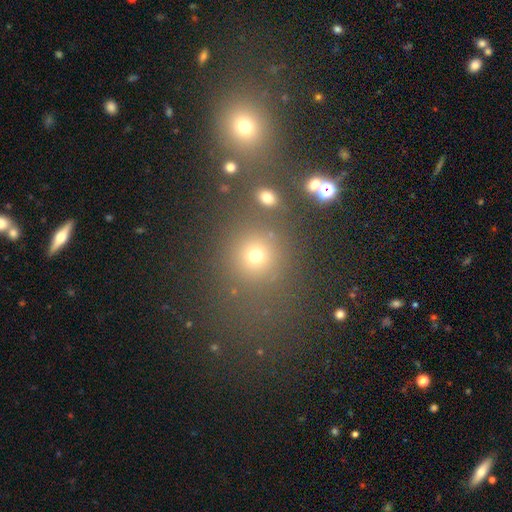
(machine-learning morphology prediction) Q: Smooth or featured?
A: smooth (64%); runner-up: star or artifact (27%)
Q: How rounded?
A: round (82%); runner-up: in between (16%)
Q: Merging?
A: none (71%); runner-up: merger (11%)